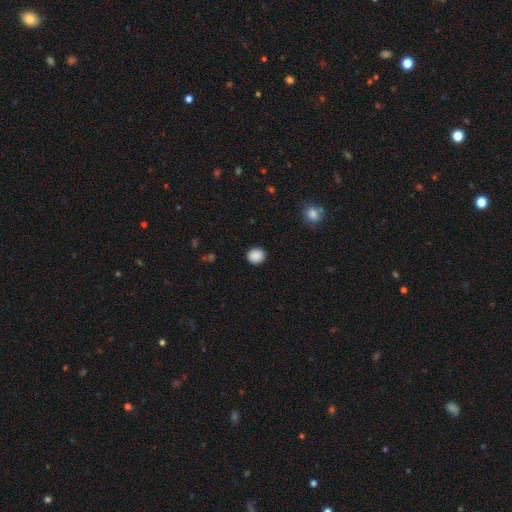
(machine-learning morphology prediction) Q: Smooth or featured?
A: smooth (89%); runner-up: star or artifact (9%)
Q: How rounded?
A: round (82%); runner-up: in between (17%)
Q: Merging?
A: none (91%); runner-up: minor disturbance (6%)